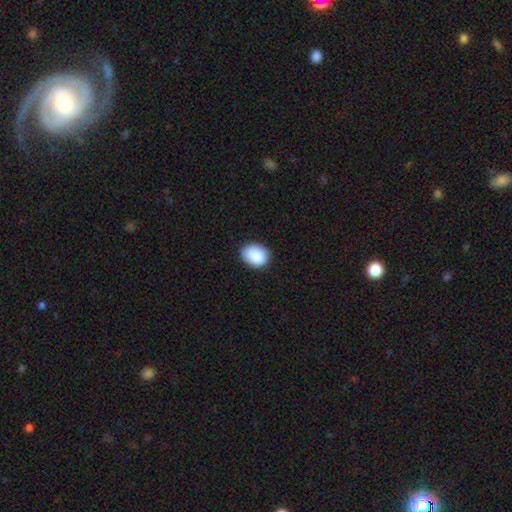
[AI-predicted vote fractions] The model was most divided on "how rounded": in between: 65%, round: 34%, cigar-shaped: 1%. More confident: smooth or featured — smooth (90%); merging — none (85%).